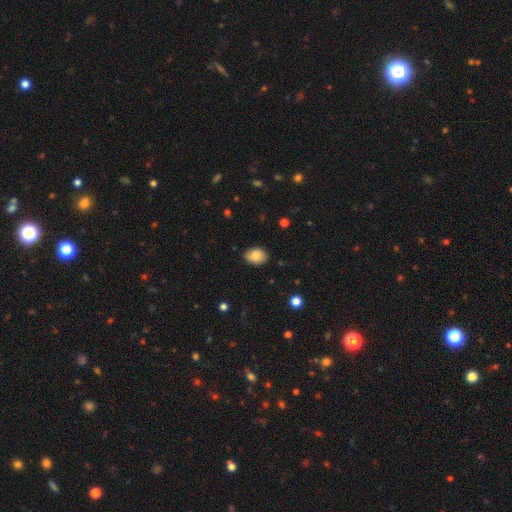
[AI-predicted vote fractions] smooth 84%, featured or disk 8%, star or artifact 8%. Down the decision tree: how rounded — in between (73%); merging — none (87%).